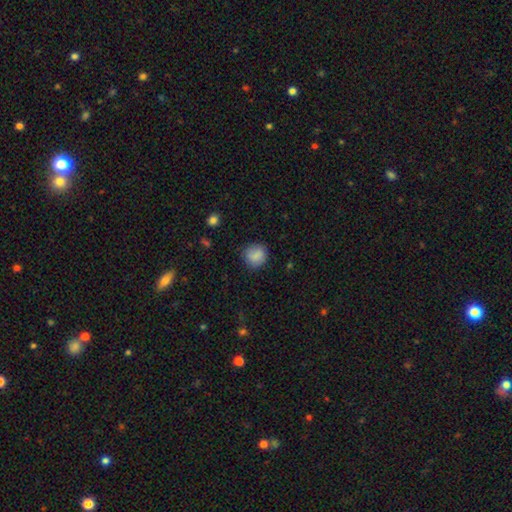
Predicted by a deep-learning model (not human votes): Morphology: type=smooth (84%); roundness=round (83%); merging=none (80%).